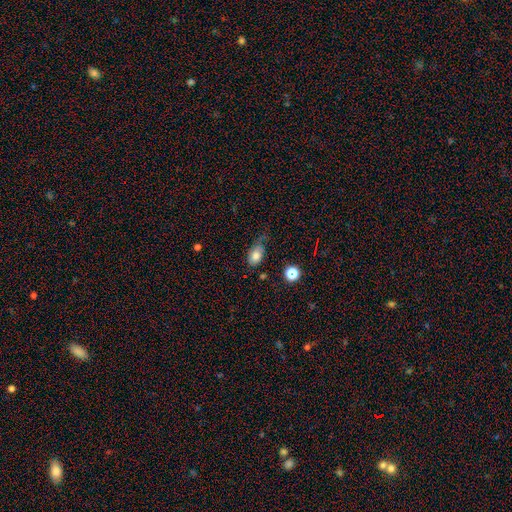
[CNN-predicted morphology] Smooth or featured?
  - smooth: 75% *
  - featured or disk: 14%
  - star or artifact: 10%
How rounded?
  - in between: 83% *
  - round: 15%
  - cigar-shaped: 3%
Merging?
  - none: 41% *
  - minor disturbance: 36%
  - major disturbance: 20%
  - merger: 4%